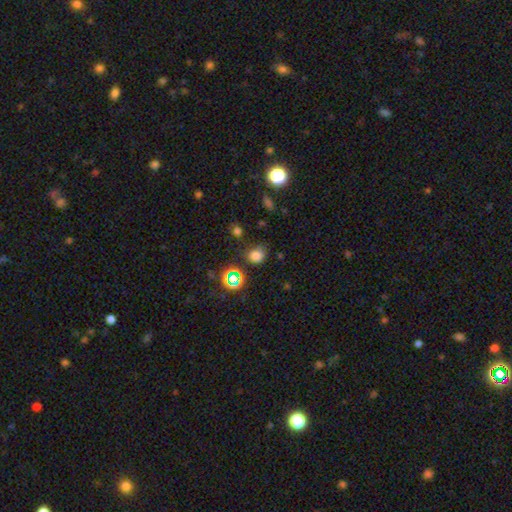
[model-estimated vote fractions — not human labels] The model was most divided on "how rounded": round: 66%, in between: 33%, cigar-shaped: 1%. More confident: smooth or featured — smooth (71%); merging — none (70%).